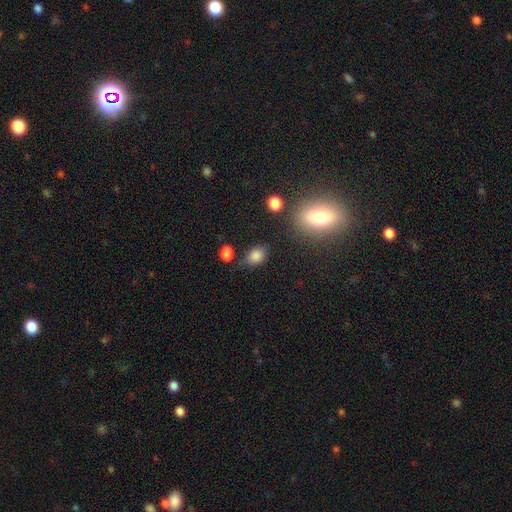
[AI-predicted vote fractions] The model was most divided on "how rounded": in between: 67%, round: 31%, cigar-shaped: 2%. More confident: smooth or featured — smooth (84%); merging — none (68%).